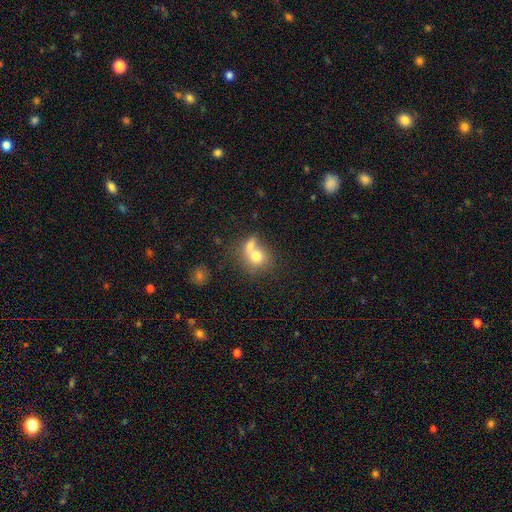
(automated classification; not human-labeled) A smooth galaxy with no disk features (72%) that is round (72%).

Vote fractions:
- Smooth or featured? smooth: 72% / featured or disk: 19% / star or artifact: 10%
- How rounded? round: 72% / in between: 27% / cigar-shaped: 1%
- Merging? merger: 60% / none: 28% / minor disturbance: 8% / major disturbance: 5%